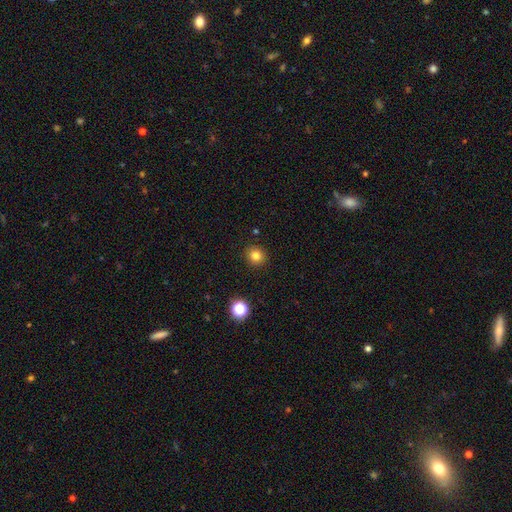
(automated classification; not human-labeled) This is clearly a smooth galaxy (81%). How rounded: clearly round (88%). Merging: clearly none (91%).